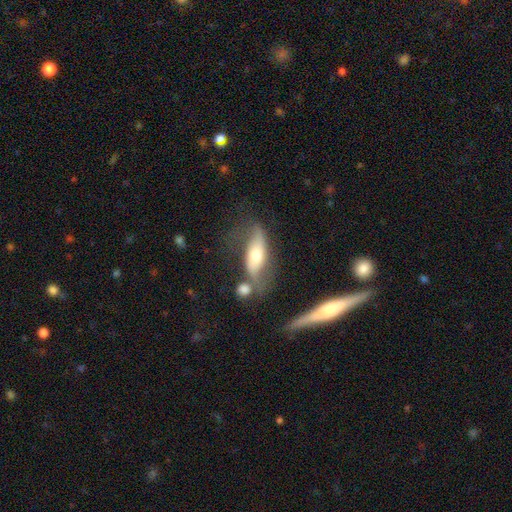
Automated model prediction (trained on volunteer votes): featured or disk 51%, smooth 42%, star or artifact 7%. Down the decision tree: edge-on disk — no (66%); merging — none (42%).